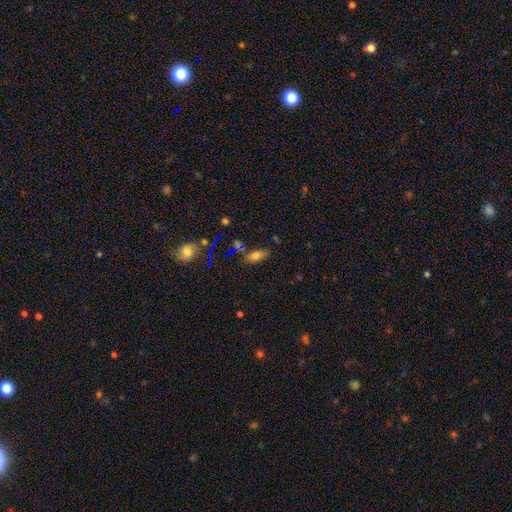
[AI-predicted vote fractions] A smooth galaxy with no disk features (66%) that is in between round and cigar-shaped (83%).

Vote fractions:
- Smooth or featured? smooth: 66% / star or artifact: 22% / featured or disk: 11%
- How rounded? in between: 83% / cigar-shaped: 11% / round: 6%
- Merging? none: 73% / minor disturbance: 18% / major disturbance: 5% / merger: 4%